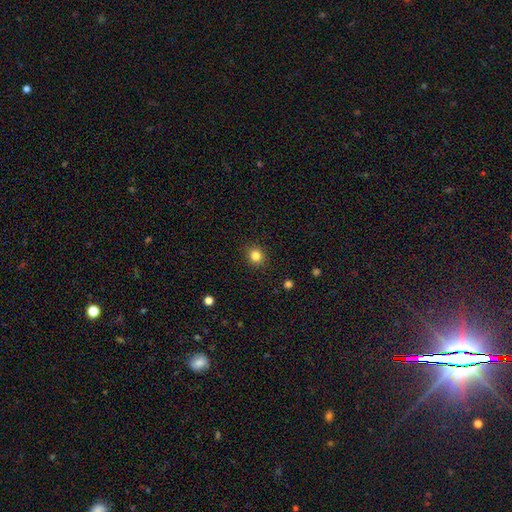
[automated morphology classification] Smooth or featured? smooth (83%)
How rounded? round (85%)
Merging? none (91%)